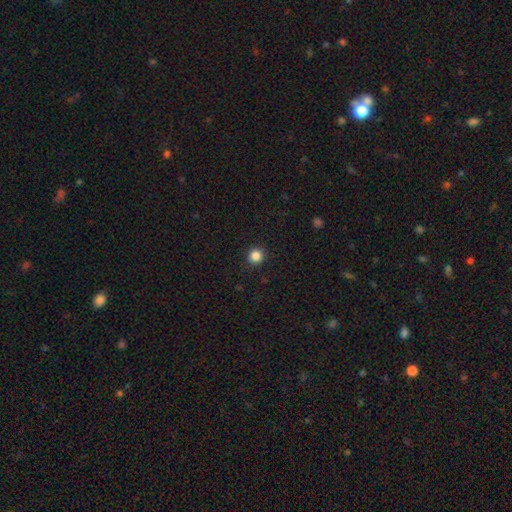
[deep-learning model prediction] This appears to be a smooth galaxy with no disk features (85%) that is round (93%). Merging: none (93%).